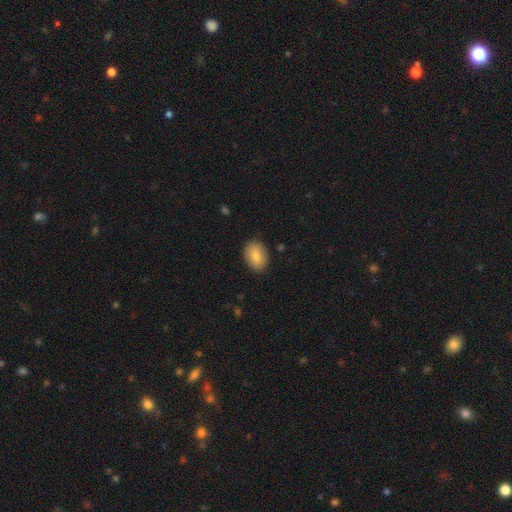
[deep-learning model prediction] Q: Smooth or featured?
A: smooth (84%); runner-up: featured or disk (10%)
Q: How rounded?
A: in between (82%); runner-up: round (17%)
Q: Merging?
A: none (86%); runner-up: minor disturbance (10%)